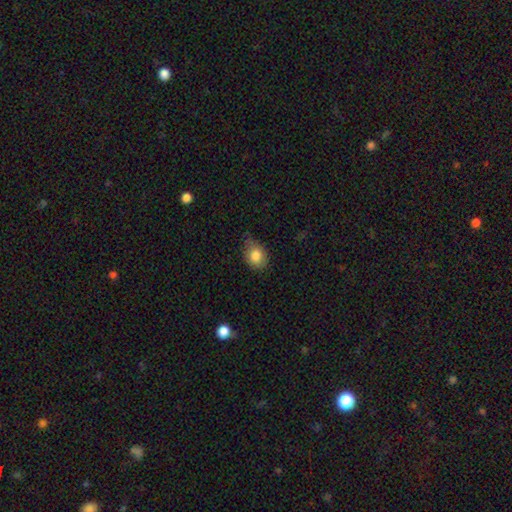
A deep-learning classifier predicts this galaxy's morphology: The model was most divided on "how rounded": in between: 54%, round: 45%, cigar-shaped: 1%. More confident: smooth or featured — smooth (83%); merging — none (53%).